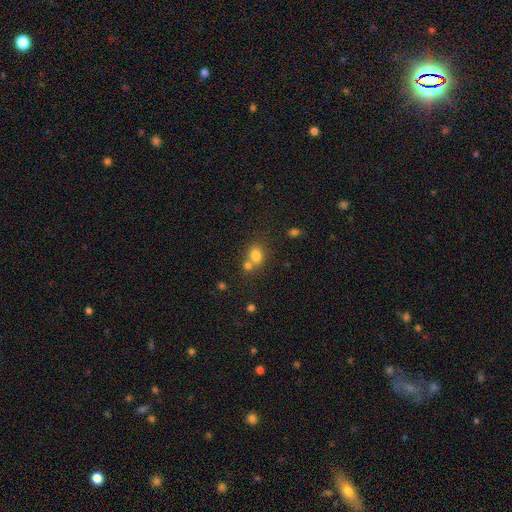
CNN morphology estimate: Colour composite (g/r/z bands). It shows a smooth galaxy with no disk features (78%) that is in between round and cigar-shaped (50%). Merging: merger (44%).